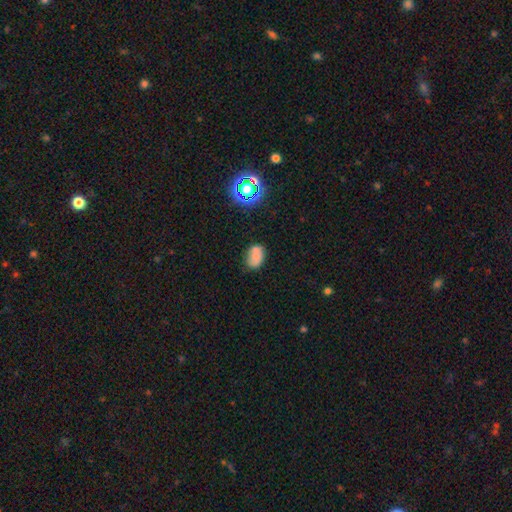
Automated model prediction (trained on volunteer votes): Smooth or featured: smooth — 70% (featured or disk — 16%)
How rounded: in between — 78% (round — 21%)
Merging: none — 60% (minor disturbance — 20%)